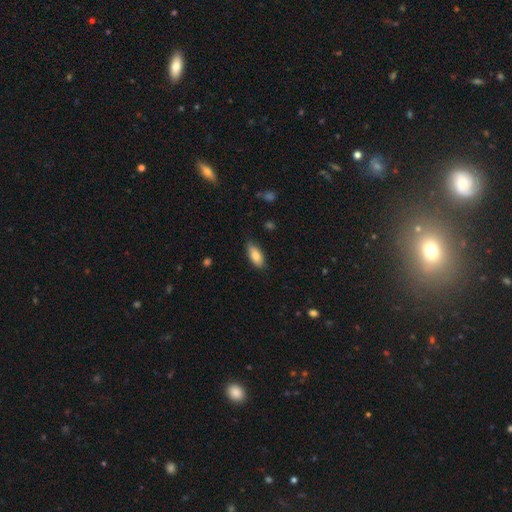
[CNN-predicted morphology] Overall: smooth (83%). How rounded: in between (82%). Merging: none (83%).